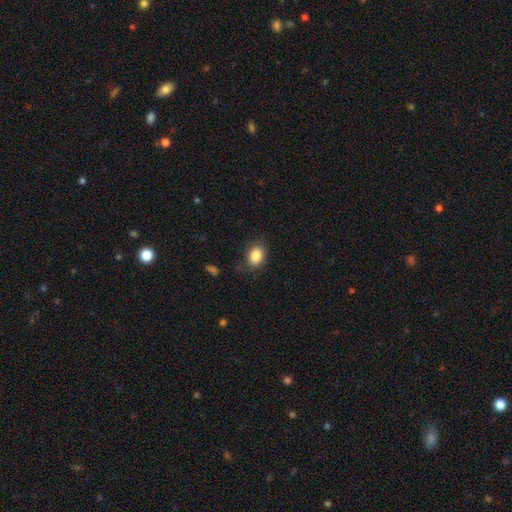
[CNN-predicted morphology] A smooth galaxy with no disk features (86%) that is in between round and cigar-shaped (67%). Merging: none (75%).